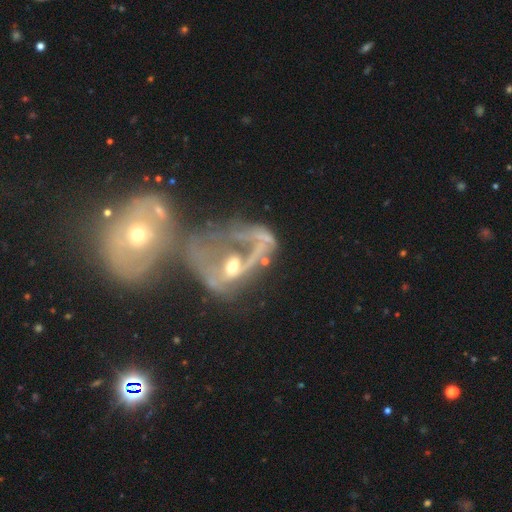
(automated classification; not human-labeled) smooth_or_featured: featured or disk (p=0.68) [alt: smooth p=0.19]
disk_edge_on: no (p=0.92) [alt: yes p=0.08]
bar: no (p=0.61) [alt: weak p=0.23]
has_spiral_arms: yes (p=0.51) [alt: no p=0.49]
bulge_size: moderate (p=0.56) [alt: small p=0.28]
merging: merger (p=0.44) [alt: major disturbance p=0.34]